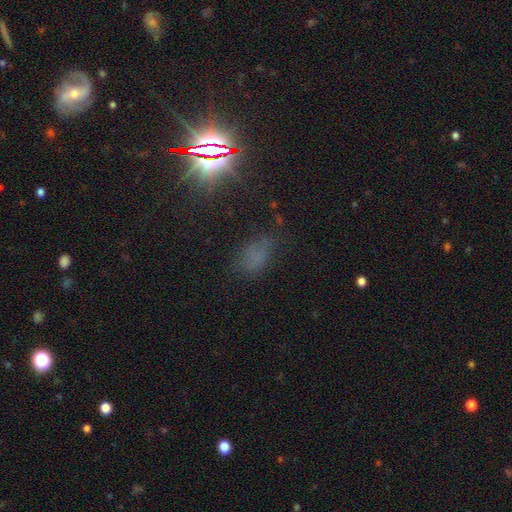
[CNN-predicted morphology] This appears to be a smooth galaxy with no disk features (45%). Merging: none (58%).